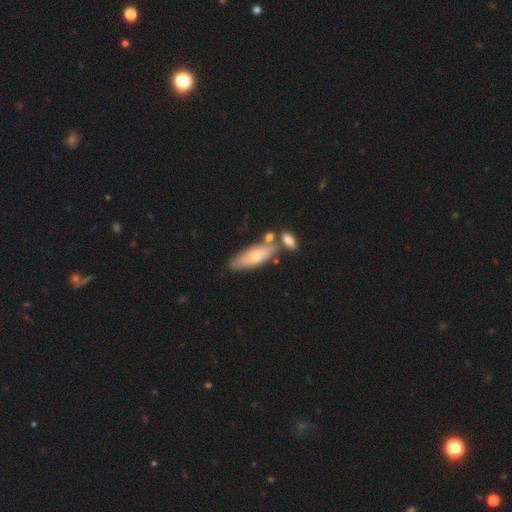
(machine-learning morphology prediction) Smooth or featured? Predicted: smooth (p=0.55). How rounded? Predicted: in between (p=0.67). Merging? Predicted: none (p=0.60).